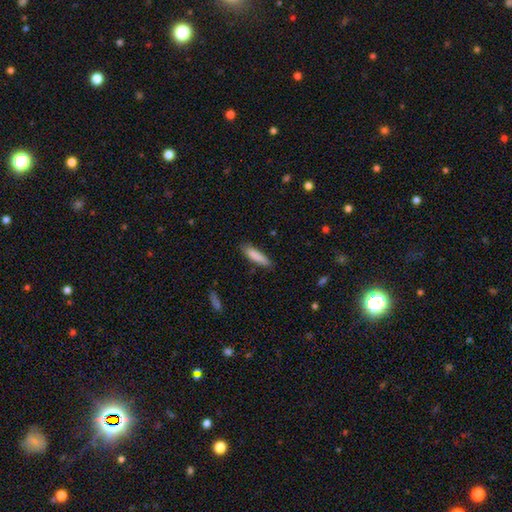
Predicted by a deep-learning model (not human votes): Morphology: type=smooth (86%); roundness=cigar-shaped (70%); merging=none (81%).